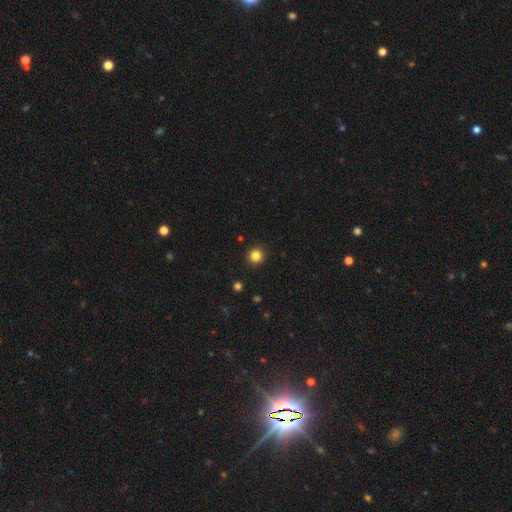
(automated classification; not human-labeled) Q: Smooth or featured?
A: smooth (83%); runner-up: star or artifact (13%)
Q: How rounded?
A: round (94%); runner-up: in between (5%)
Q: Merging?
A: none (93%); runner-up: minor disturbance (5%)